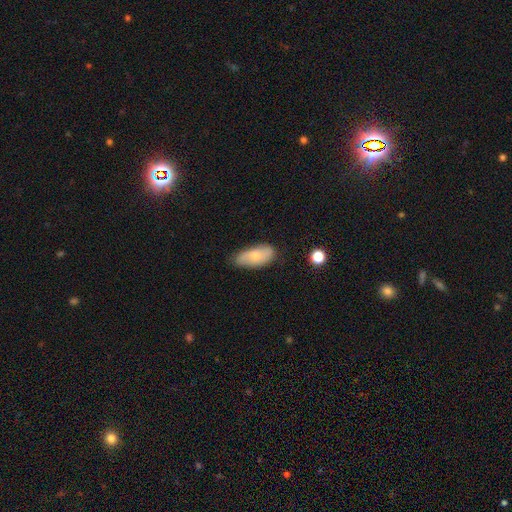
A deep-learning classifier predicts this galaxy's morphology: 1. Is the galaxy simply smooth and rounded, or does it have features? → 66% smooth, 27% featured or disk, 7% star or artifact.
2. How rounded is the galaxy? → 89% in between, 8% cigar-shaped, 3% round.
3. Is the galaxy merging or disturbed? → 72% none, 22% minor disturbance, 4% major disturbance, 2% merger.